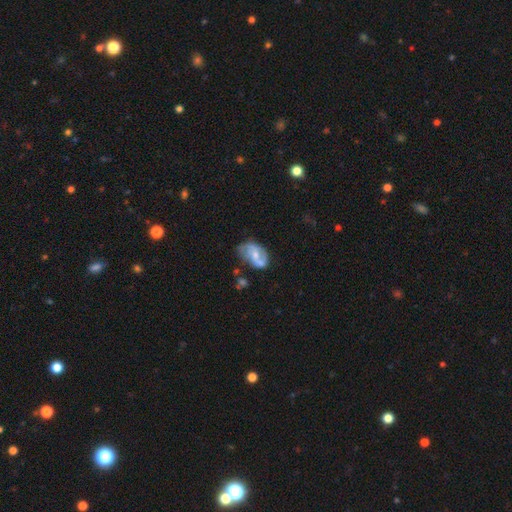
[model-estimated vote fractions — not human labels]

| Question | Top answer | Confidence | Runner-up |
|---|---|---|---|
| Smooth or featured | featured or disk | 61% | smooth (32%) |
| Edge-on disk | no | 97% | yes (3%) |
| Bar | no | 51% | weak (38%) |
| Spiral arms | yes | 72% | no (28%) |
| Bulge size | moderate | 47% | small (43%) |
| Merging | none | 40% | minor disturbance (31%) |